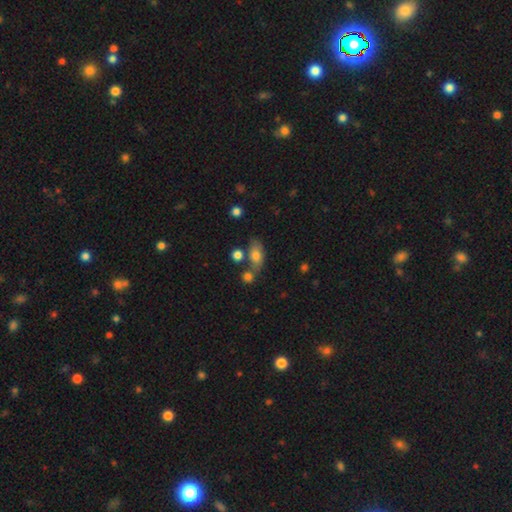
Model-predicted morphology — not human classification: Q: Smooth or featured?
A: smooth (75%); runner-up: featured or disk (15%)
Q: How rounded?
A: in between (83%); runner-up: round (9%)
Q: Merging?
A: none (59%); runner-up: merger (19%)